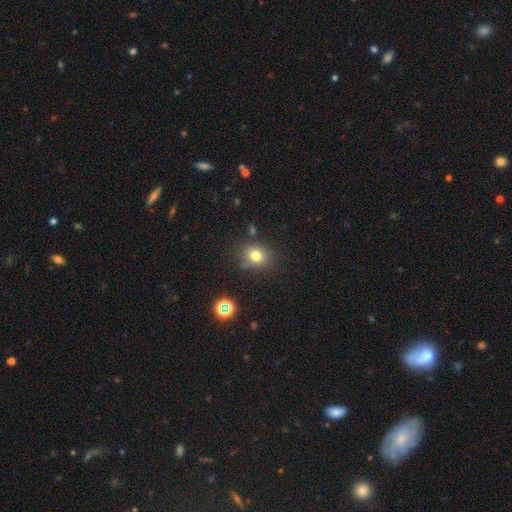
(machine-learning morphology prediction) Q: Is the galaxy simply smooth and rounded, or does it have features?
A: smooth — 76%.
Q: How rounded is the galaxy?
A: round — 68%.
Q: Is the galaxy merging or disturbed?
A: none — 78%.